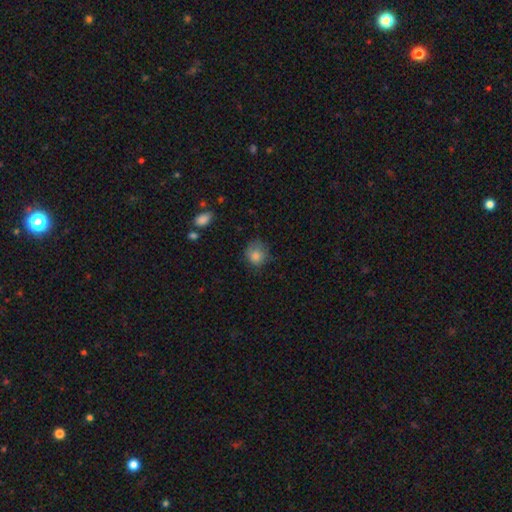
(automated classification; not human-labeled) Smooth or featured?
  - smooth: 81% *
  - star or artifact: 10%
  - featured or disk: 9%
How rounded?
  - round: 69% *
  - in between: 30%
  - cigar-shaped: 1%
Merging?
  - none: 60% *
  - minor disturbance: 28%
  - major disturbance: 10%
  - merger: 2%